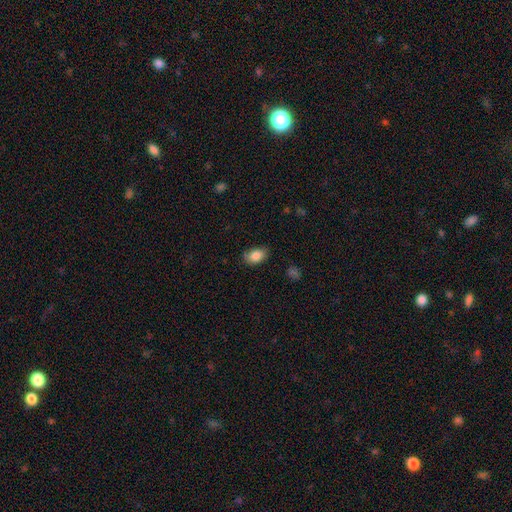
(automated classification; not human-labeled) This is clearly a smooth galaxy (85%). How rounded: clearly in between (85%). Merging: likely none (73%).